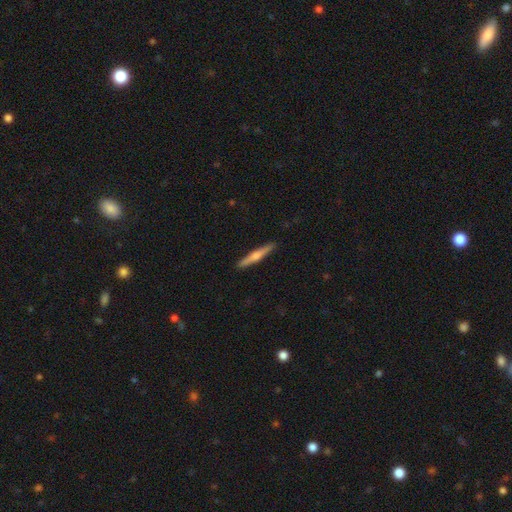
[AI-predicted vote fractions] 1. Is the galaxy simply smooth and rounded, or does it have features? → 57% featured or disk, 37% smooth, 6% star or artifact.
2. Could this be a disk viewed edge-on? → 97% yes, 3% no.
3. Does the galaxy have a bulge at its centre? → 79% rounded, 14% none, 6% boxy.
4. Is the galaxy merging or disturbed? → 92% none, 6% minor disturbance, 1% major disturbance, 1% merger.